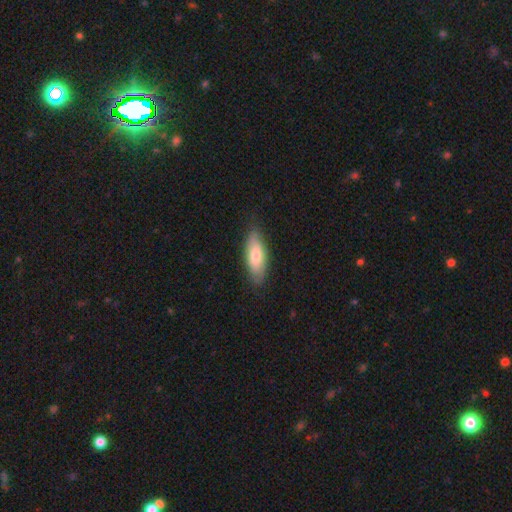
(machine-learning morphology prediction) This is likely a smooth galaxy (74%). How rounded: likely in between (66%). Merging: clearly none (83%).